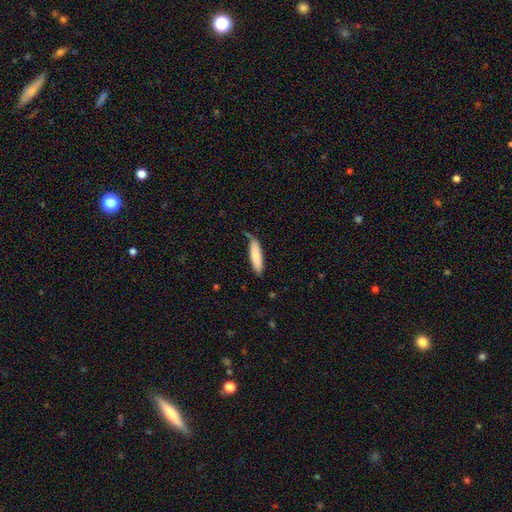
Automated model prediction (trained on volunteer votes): The model was most divided on "how rounded": cigar-shaped: 74%, in between: 25%, round: 1%. More confident: smooth or featured — smooth (84%); merging — none (76%).